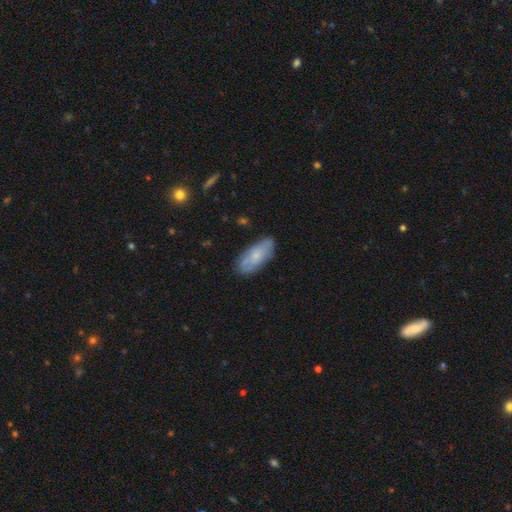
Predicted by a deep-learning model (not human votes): Morphology: type=smooth (60%); roundness=in between (85%); merging=none (77%).